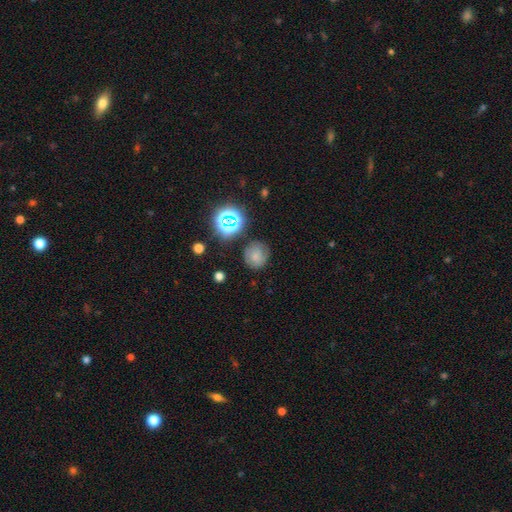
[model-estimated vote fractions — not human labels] Q: Smooth or featured?
A: smooth (66%); runner-up: star or artifact (18%)
Q: How rounded?
A: round (84%); runner-up: in between (15%)
Q: Merging?
A: none (74%); runner-up: minor disturbance (17%)